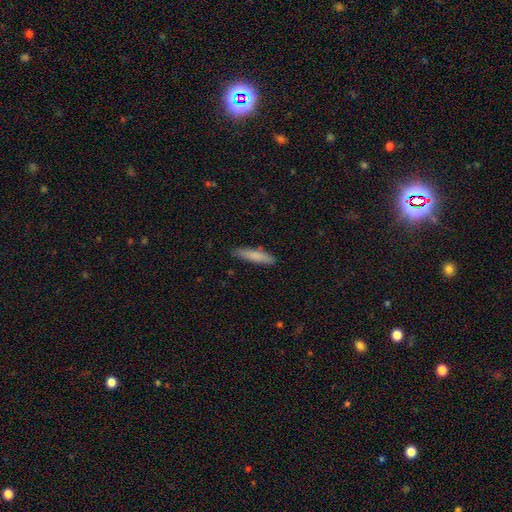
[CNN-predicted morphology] Smooth or featured: smooth — 80% (featured or disk — 14%)
How rounded: cigar-shaped — 85% (in between — 14%)
Merging: none — 87% (minor disturbance — 10%)